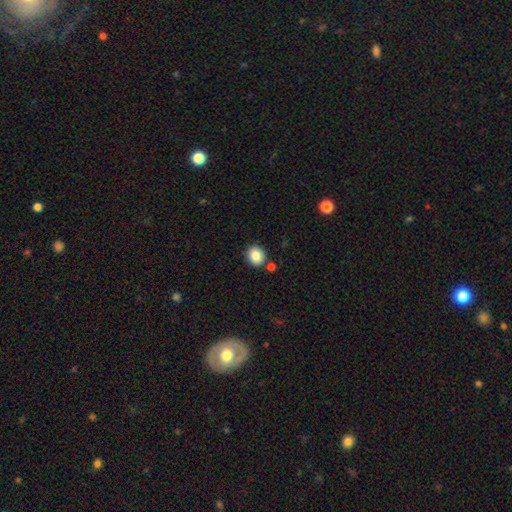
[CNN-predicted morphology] smooth_or_featured: smooth (p=0.86) [alt: star or artifact p=0.09]
how_rounded: round (p=0.80) [alt: in between p=0.19]
merging: none (p=0.83) [alt: minor disturbance p=0.08]